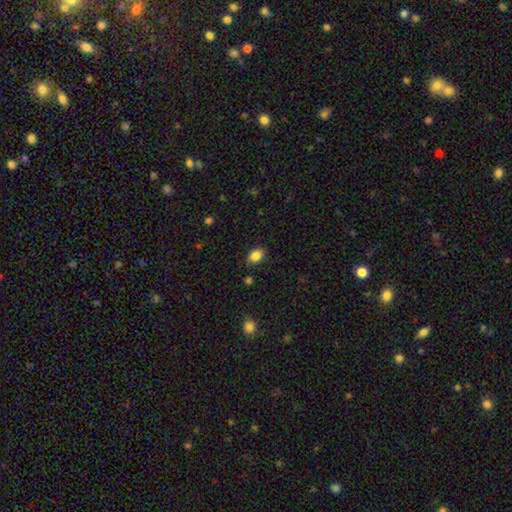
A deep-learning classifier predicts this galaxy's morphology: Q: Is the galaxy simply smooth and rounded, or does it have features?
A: smooth — 86%.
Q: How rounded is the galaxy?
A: in between — 84%.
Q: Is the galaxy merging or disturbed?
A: none — 84%.